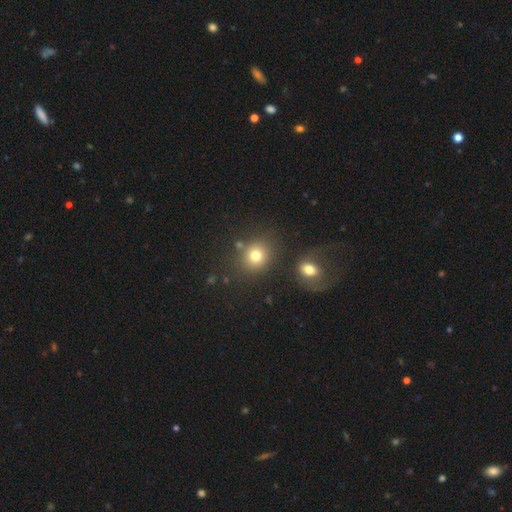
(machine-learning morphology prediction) This appears to be a smooth galaxy with no disk features (78%) that is round (79%). Merging: none (76%).